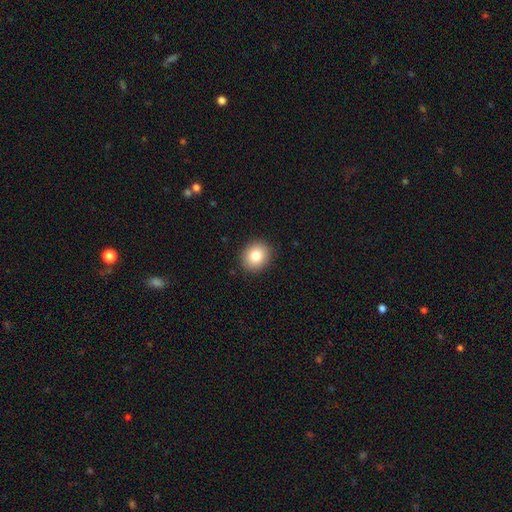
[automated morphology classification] Smooth or featured: smooth — 82% (star or artifact — 9%)
How rounded: round — 68% (in between — 31%)
Merging: none — 90% (minor disturbance — 7%)